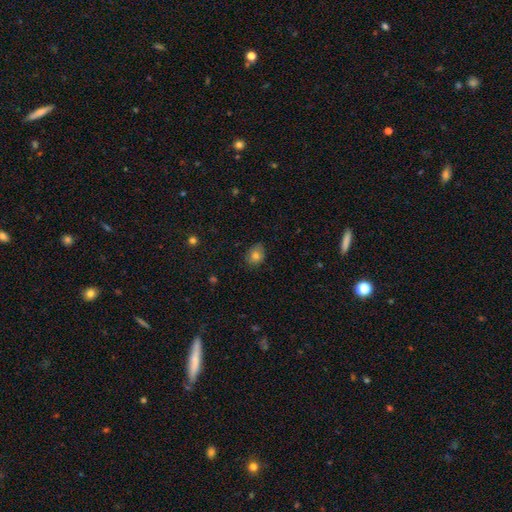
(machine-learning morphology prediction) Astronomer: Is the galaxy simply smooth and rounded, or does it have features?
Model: smooth — 79%.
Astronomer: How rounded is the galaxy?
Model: in between — 52% (runner-up: round, 47%).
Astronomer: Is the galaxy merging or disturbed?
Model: none — 77%.